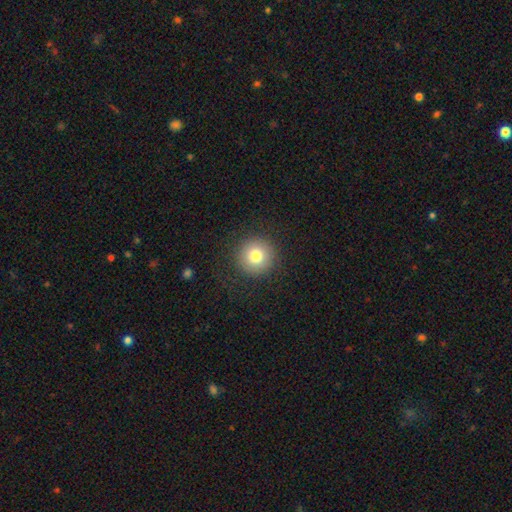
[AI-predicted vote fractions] A smooth galaxy with no disk features (78%) that is round (95%).

Vote fractions:
- Smooth or featured? smooth: 78% / star or artifact: 11% / featured or disk: 10%
- How rounded? round: 95% / in between: 4% / cigar-shaped: 1%
- Merging? none: 90% / minor disturbance: 6% / major disturbance: 3% / merger: 1%